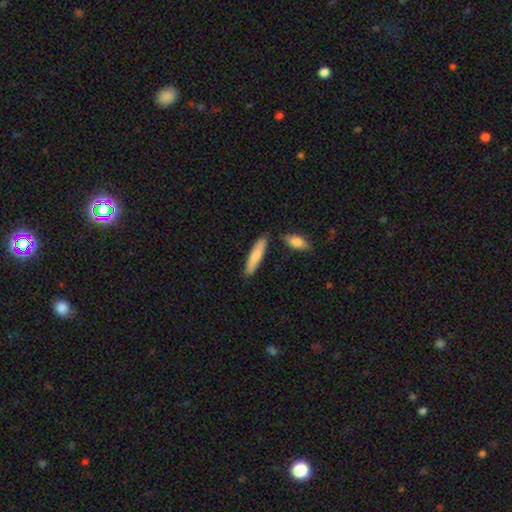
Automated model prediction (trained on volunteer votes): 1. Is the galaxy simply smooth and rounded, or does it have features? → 78% smooth, 17% featured or disk, 5% star or artifact.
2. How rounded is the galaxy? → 81% cigar-shaped, 17% in between, 2% round.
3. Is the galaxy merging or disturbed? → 81% none, 10% minor disturbance, 7% merger, 2% major disturbance.